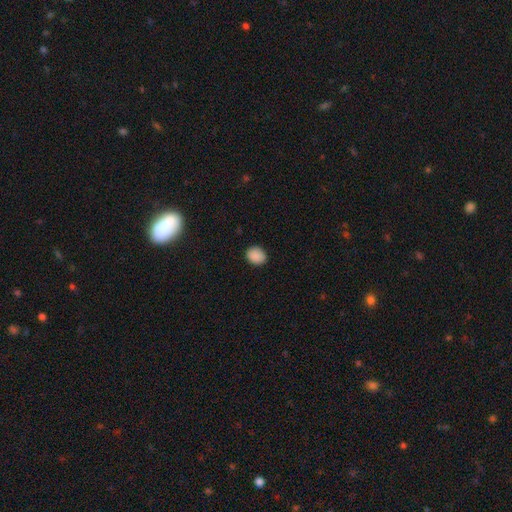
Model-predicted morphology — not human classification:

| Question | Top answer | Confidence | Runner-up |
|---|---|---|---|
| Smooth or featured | smooth | 89% | star or artifact (9%) |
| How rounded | round | 52% | in between (48%) |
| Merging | none | 88% | minor disturbance (9%) |